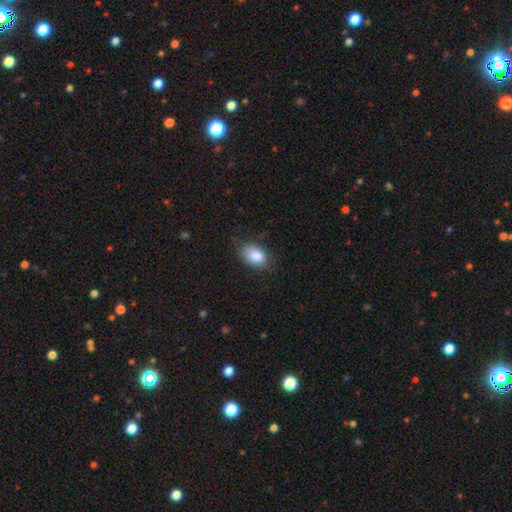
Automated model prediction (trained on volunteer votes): Smooth or featured? smooth (87%)
How rounded? in between (88%)
Merging? none (76%)